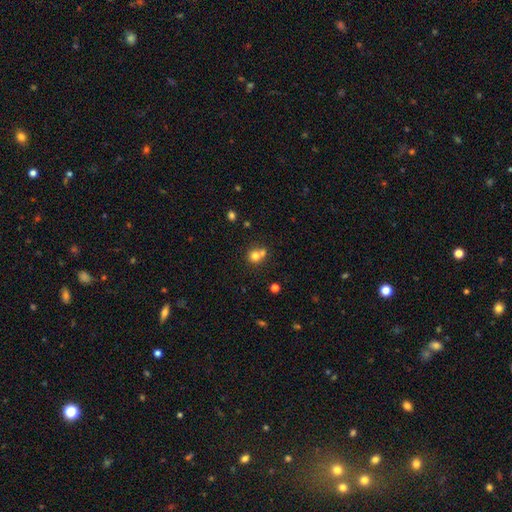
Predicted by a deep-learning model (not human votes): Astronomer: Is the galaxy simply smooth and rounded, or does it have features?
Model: smooth — 76%.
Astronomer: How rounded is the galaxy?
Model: round — 85%.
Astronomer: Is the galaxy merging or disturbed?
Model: none — 46% (runner-up: merger, 44%).